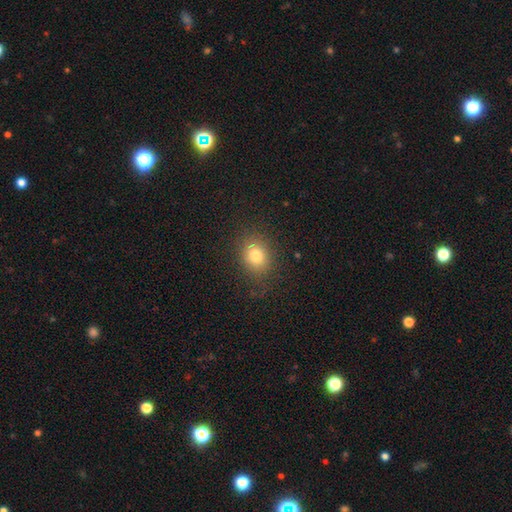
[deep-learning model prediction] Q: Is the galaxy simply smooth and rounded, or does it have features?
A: smooth — 79%.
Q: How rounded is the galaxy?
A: round — 56%.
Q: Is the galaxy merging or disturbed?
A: none — 81%.